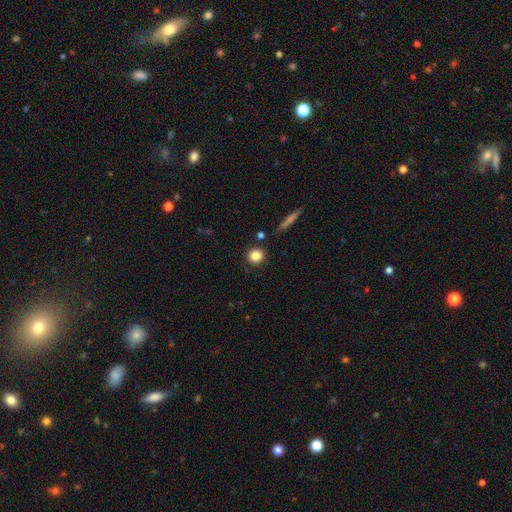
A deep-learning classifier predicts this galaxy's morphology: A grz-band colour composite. It shows a smooth galaxy with no disk features (84%) that is round (90%). Merging: none (87%).